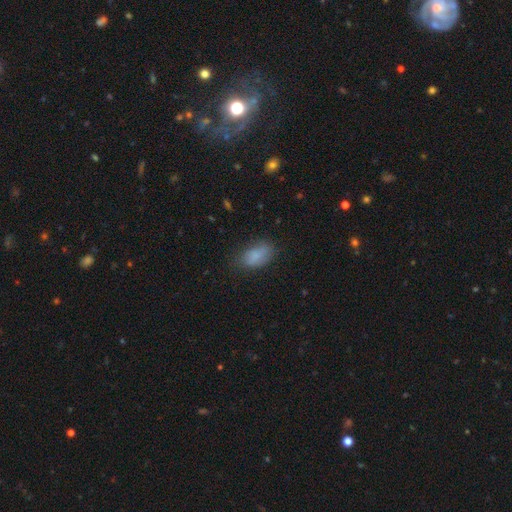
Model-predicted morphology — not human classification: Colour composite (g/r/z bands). It shows a smooth galaxy with no disk features (81%) that is in between round and cigar-shaped (92%). Merging: none (69%).